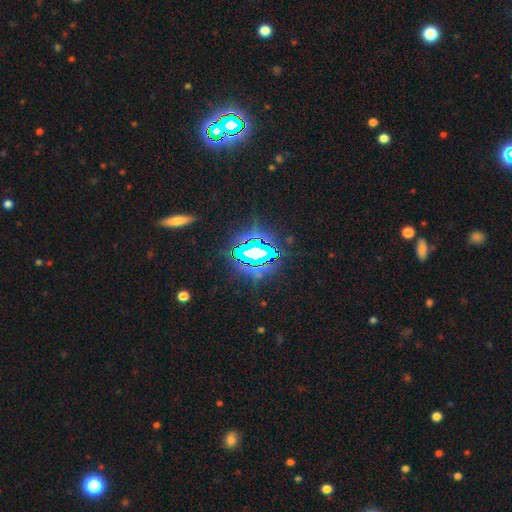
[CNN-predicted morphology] smooth-or-featured: star or artifact: 75% | smooth: 13% | featured or disk: 12%